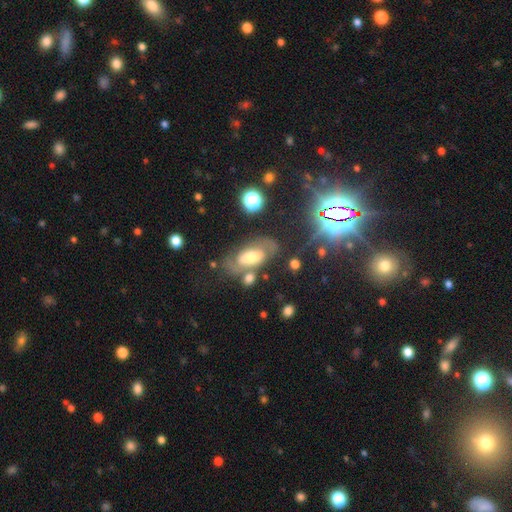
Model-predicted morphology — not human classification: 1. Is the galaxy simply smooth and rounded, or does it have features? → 51% featured or disk, 25% smooth, 25% star or artifact.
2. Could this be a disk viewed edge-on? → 84% no, 16% yes.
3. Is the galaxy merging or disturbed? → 64% none, 18% minor disturbance, 10% major disturbance, 8% merger.